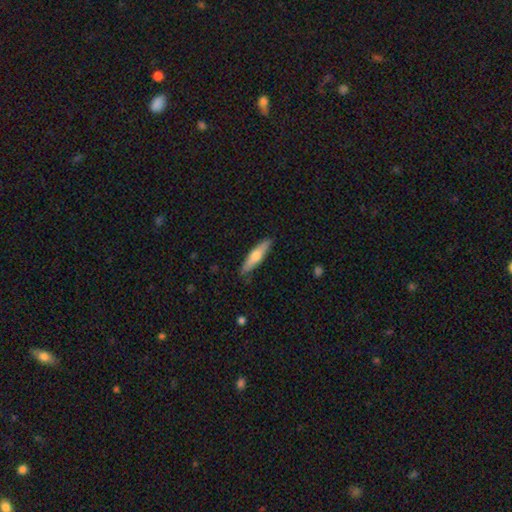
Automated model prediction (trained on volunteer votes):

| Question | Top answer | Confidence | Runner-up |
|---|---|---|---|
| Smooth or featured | smooth | 59% | featured or disk (36%) |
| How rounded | cigar-shaped | 79% | in between (20%) |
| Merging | none | 87% | minor disturbance (10%) |